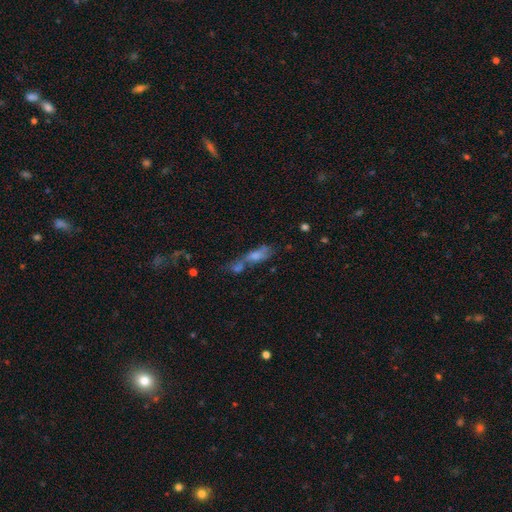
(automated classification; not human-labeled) The model was most divided on "how rounded": in between: 54%, cigar-shaped: 40%, round: 6%. More confident: smooth or featured — smooth (54%); merging — merger (52%).